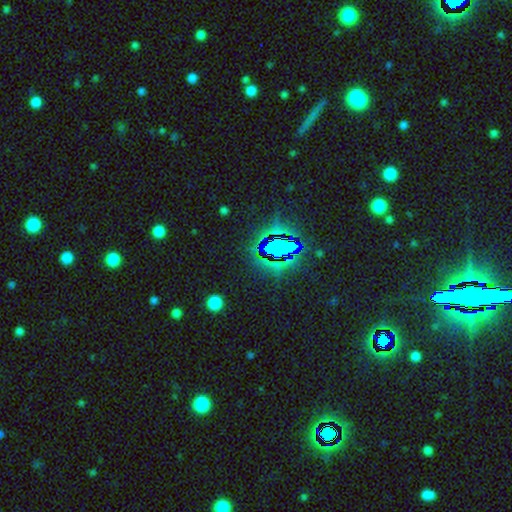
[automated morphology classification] smooth_or_featured: star or artifact (p=0.79) [alt: smooth p=0.13]